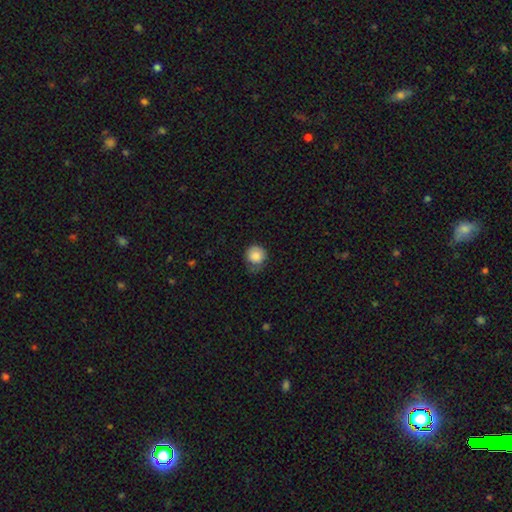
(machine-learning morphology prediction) This appears to be a smooth galaxy with no disk features (85%) that is round (89%). Merging: none (54%).